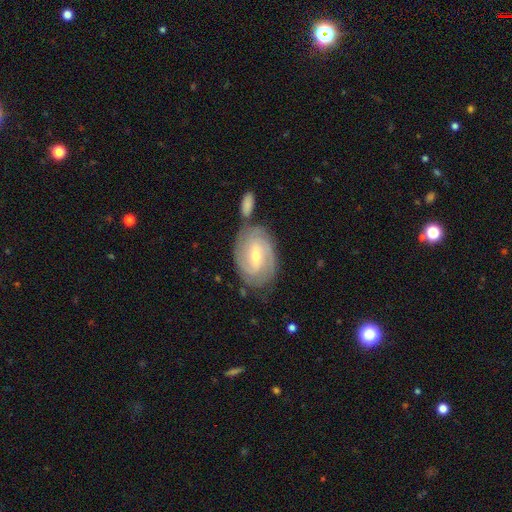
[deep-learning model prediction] Morphology: type=featured or disk (84%); edge-on=no (96%); bar=weak (52%); spiral arms=yes (96%); winding=tight (64%); arm count=2 (50%); bulge=small (51%); merging=none (69%).